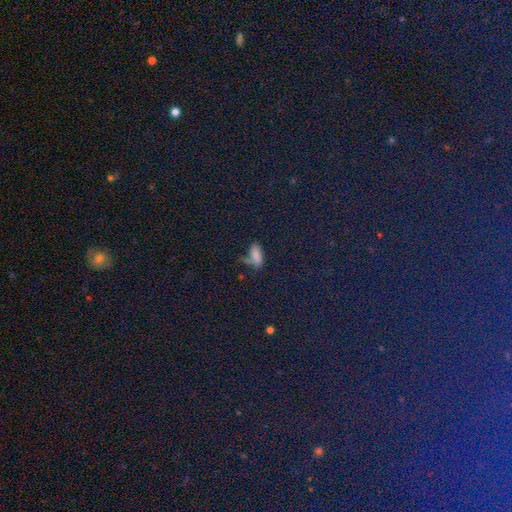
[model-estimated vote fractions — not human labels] A smooth galaxy with no disk features (75%) that is in between round and cigar-shaped (75%). Merging: none (47%).